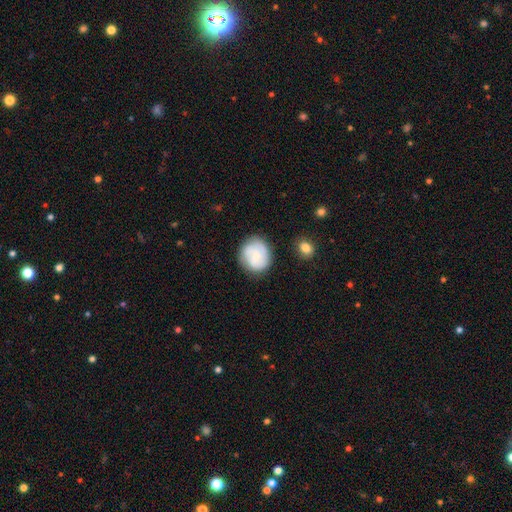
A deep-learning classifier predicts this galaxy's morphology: smooth 47%, featured or disk 46%, star or artifact 7%. Down the decision tree: merging — none (74%).